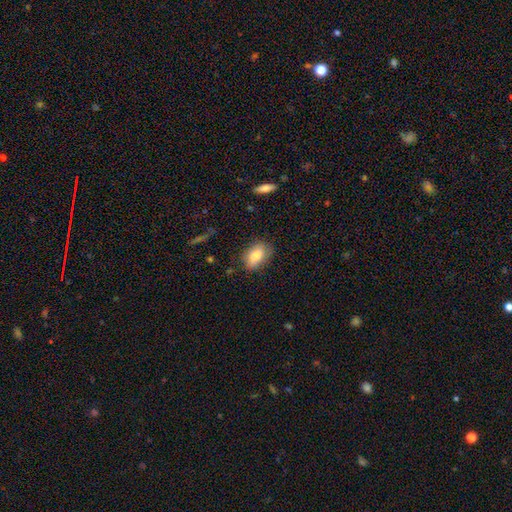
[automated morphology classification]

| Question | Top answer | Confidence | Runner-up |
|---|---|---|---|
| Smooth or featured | smooth | 84% | featured or disk (9%) |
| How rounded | in between | 86% | round (11%) |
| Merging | none | 77% | minor disturbance (17%) |